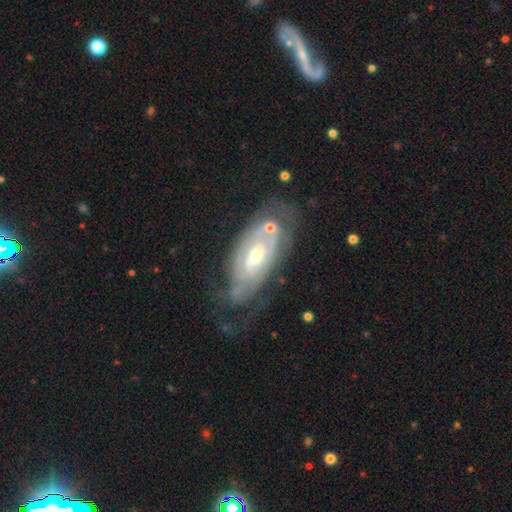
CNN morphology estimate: Smooth or featured? Predicted: featured or disk (p=0.78). Edge-on disk? Predicted: no (p=0.90). Bar? Predicted: no (p=0.48). Spiral arms? Predicted: yes (p=0.78). Spiral winding? Predicted: tight (p=0.65). Spiral arm count? Predicted: can't tell (p=0.53). Bulge size? Predicted: moderate (p=0.64). Merging? Predicted: none (p=0.52).